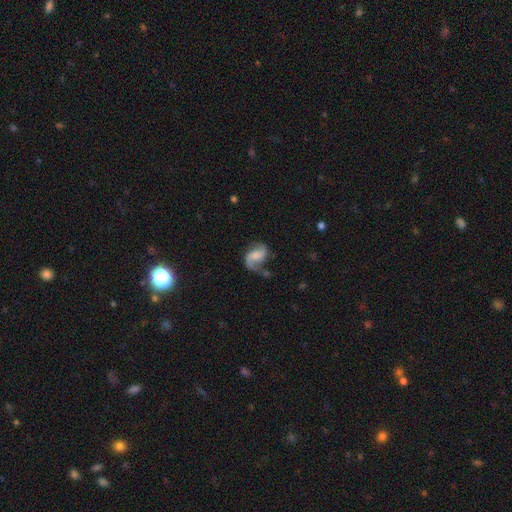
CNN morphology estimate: Overall: featured or disk (77%). Edge-on disk: no (98%). Bar: no (44%; weak 42%). Spiral arms: yes (95%). Spiral arm count: 2 (76%). Spiral winding: loose (53%; medium 37%). Bulge size: none (39%; moderate 23%). Merging: none (55%; minor disturbance 22%).